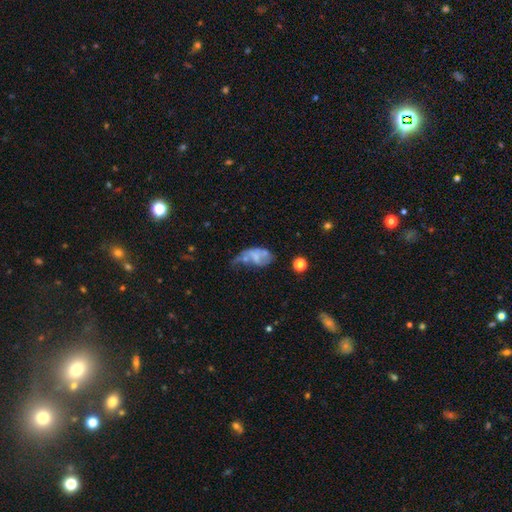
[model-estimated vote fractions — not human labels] Smooth or featured?
  - featured or disk: 46% *
  - smooth: 41%
  - star or artifact: 13%
Merging?
  - major disturbance: 42% *
  - minor disturbance: 22%
  - none: 20%
  - merger: 16%